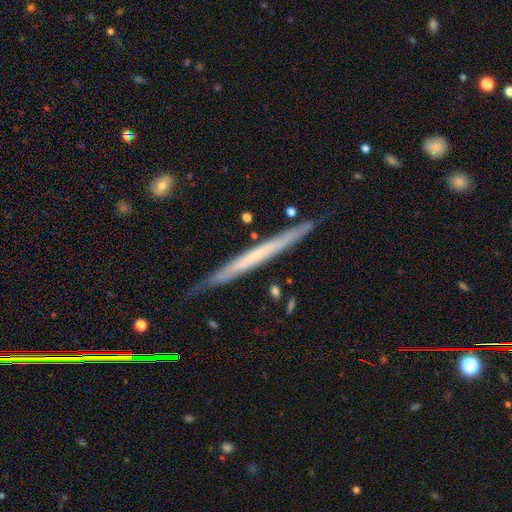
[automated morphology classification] Smooth or featured?
  - featured or disk: 60% *
  - smooth: 33%
  - star or artifact: 6%
Edge-on disk?
  - yes: 95% *
  - no: 5%
Edge-on bulge?
  - none: 84% *
  - rounded: 12%
  - boxy: 4%
Merging?
  - none: 83% *
  - minor disturbance: 13%
  - major disturbance: 2%
  - merger: 2%